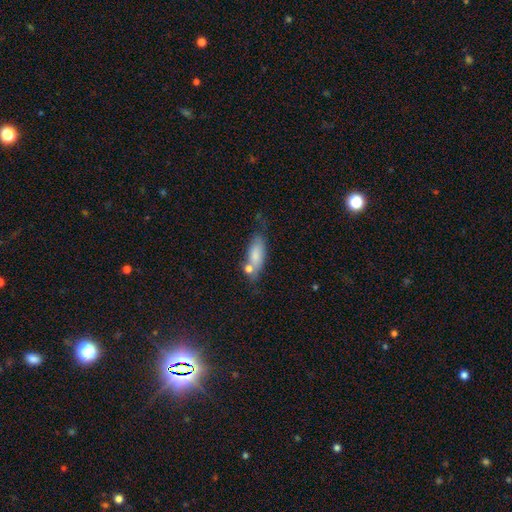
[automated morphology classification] A smooth galaxy with no disk features (77%) that is in between round and cigar-shaped (72%). Merging: none (51%).